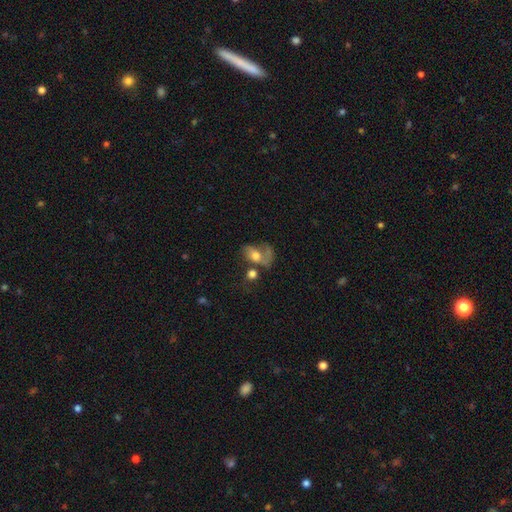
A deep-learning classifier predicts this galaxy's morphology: A smooth galaxy with no disk features (51%) that is in between round and cigar-shaped (74%).

Vote fractions:
- Smooth or featured? smooth: 51% / featured or disk: 39% / star or artifact: 11%
- How rounded? in between: 74% / round: 24% / cigar-shaped: 2%
- Merging? major disturbance: 37% / merger: 25% / none: 22% / minor disturbance: 17%